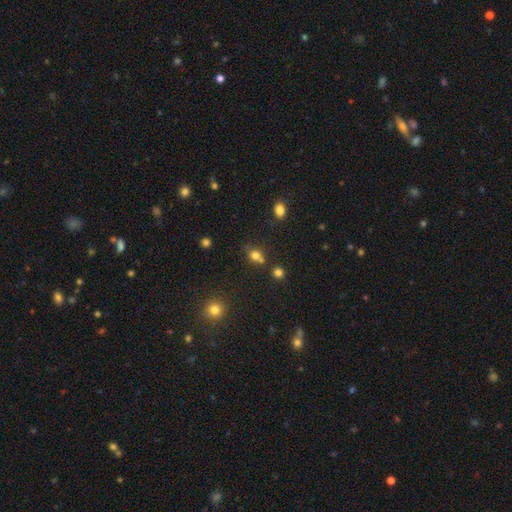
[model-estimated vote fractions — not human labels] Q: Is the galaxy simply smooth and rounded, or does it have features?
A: smooth — 74%.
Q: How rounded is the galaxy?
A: round — 64%.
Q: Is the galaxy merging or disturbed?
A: none — 50%.